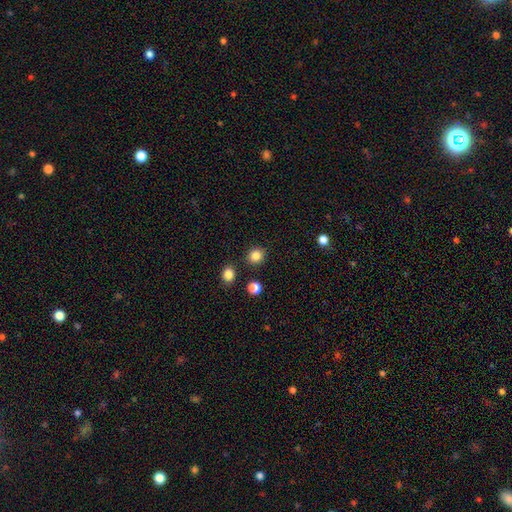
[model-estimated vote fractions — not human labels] This appears to be a smooth galaxy with no disk features (85%) that is round (82%). Merging: none (86%).